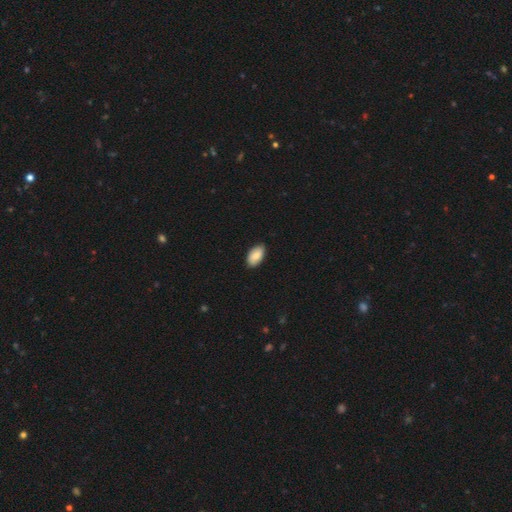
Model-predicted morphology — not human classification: Smooth or featured: smooth — 86% (featured or disk — 8%)
How rounded: in between — 95% (round — 3%)
Merging: none — 86% (minor disturbance — 11%)